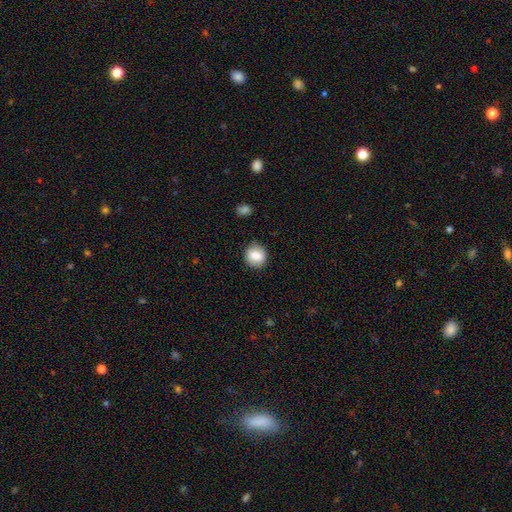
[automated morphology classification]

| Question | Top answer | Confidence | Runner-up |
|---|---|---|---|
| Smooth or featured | smooth | 83% | featured or disk (9%) |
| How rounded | round | 75% | in between (24%) |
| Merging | none | 83% | minor disturbance (12%) |